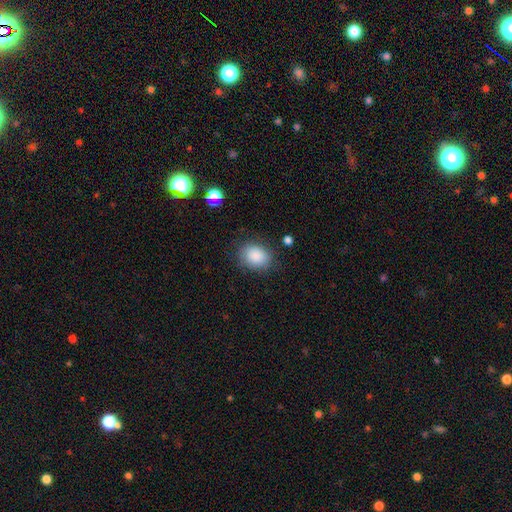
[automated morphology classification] This appears to be a smooth galaxy with no disk features (87%) that is in between round and cigar-shaped (55%). Merging: none (81%).